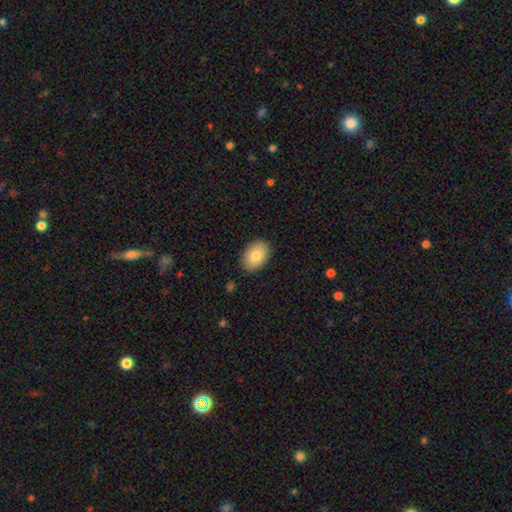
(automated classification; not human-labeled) The model was most divided on "how rounded": in between: 85%, round: 14%, cigar-shaped: 1%. More confident: merging — none (87%); smooth or featured — smooth (84%).